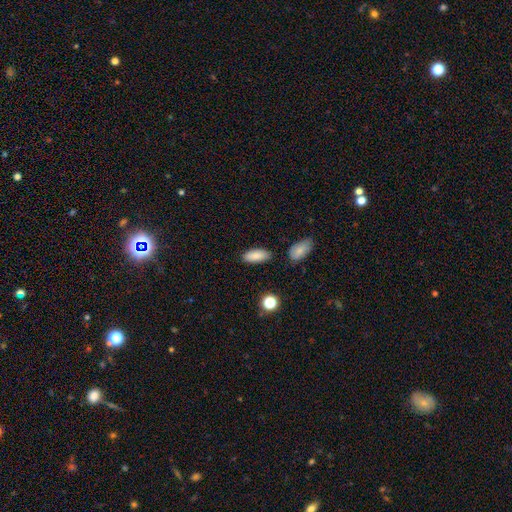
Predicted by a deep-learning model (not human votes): Smooth or featured: smooth — 86% (star or artifact — 8%)
How rounded: in between — 84% (cigar-shaped — 13%)
Merging: none — 82% (minor disturbance — 11%)